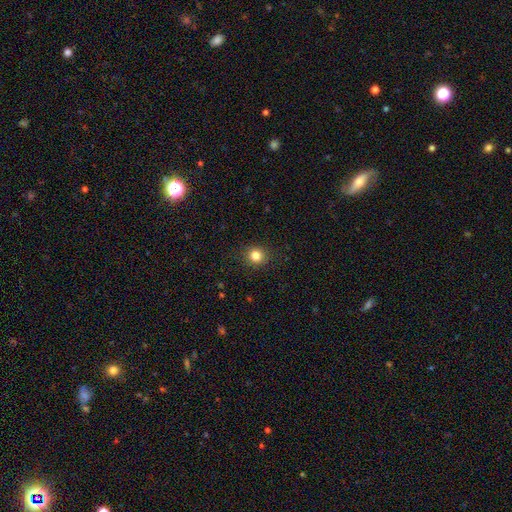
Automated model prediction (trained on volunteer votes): smooth 83%, star or artifact 12%, featured or disk 5%. Down the decision tree: how rounded — round (90%); merging — none (90%).